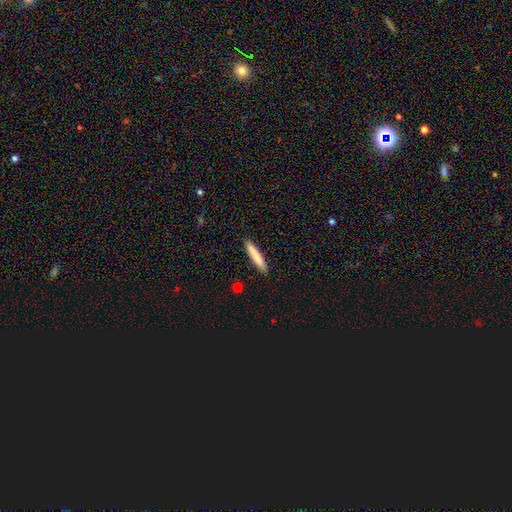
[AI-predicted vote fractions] Smooth or featured: smooth — 83% (featured or disk — 11%)
How rounded: cigar-shaped — 93% (in between — 6%)
Merging: none — 90% (minor disturbance — 7%)